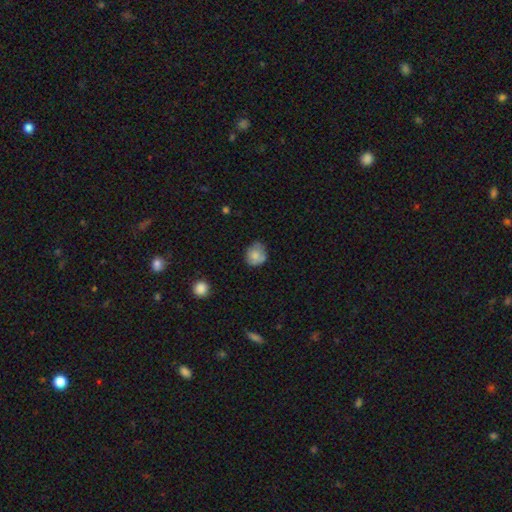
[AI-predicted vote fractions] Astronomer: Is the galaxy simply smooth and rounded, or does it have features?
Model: smooth — 75%.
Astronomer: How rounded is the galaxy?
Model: round — 75%.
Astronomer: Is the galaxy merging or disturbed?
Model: none — 67%.